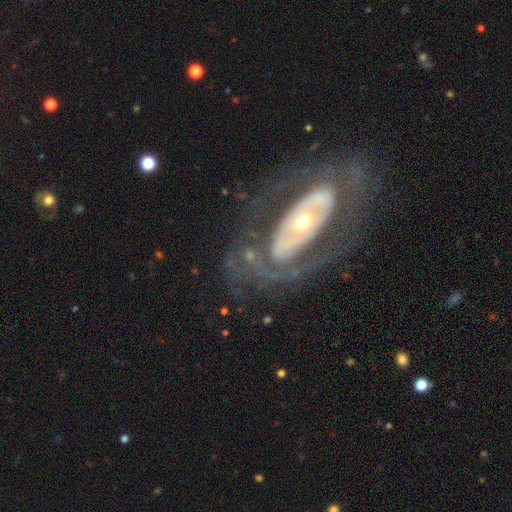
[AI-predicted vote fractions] Overall: featured or disk (81%). Edge-on disk: no (89%). Bar: no (65%). Spiral arms: yes (62%; no 38%). Bulge size: small (51%; moderate 40%). Merging: none (74%).